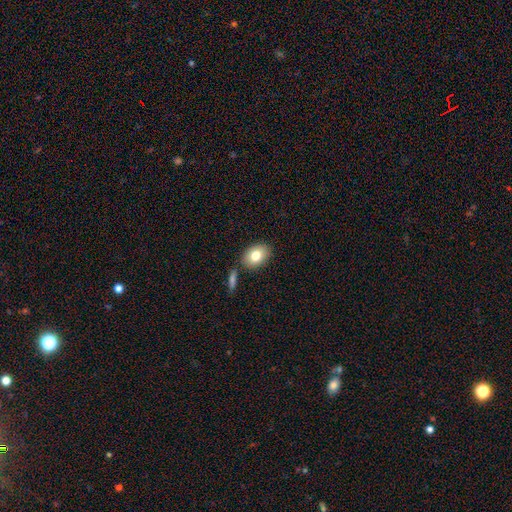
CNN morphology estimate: Q: Smooth or featured?
A: smooth (78%); runner-up: featured or disk (14%)
Q: How rounded?
A: in between (80%); runner-up: round (19%)
Q: Merging?
A: none (80%); runner-up: minor disturbance (10%)